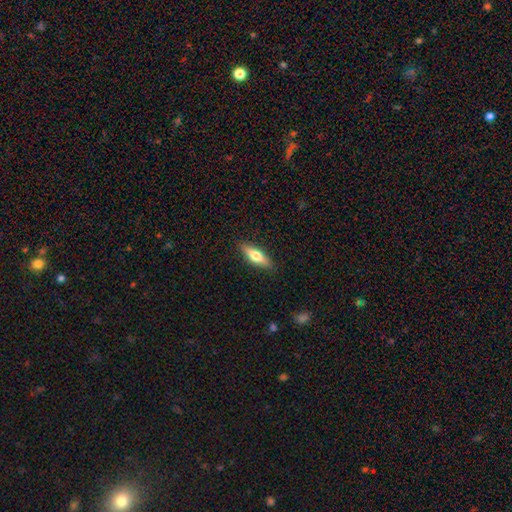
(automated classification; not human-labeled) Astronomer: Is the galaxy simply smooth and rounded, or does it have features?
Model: smooth — 61%.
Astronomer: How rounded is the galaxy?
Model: in between — 49% (runner-up: cigar-shaped, 48%).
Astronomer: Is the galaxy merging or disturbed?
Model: none — 87%.